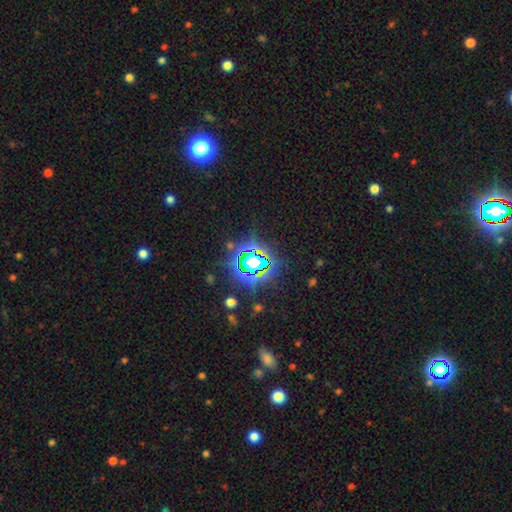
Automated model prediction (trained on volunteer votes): The model was most divided on "smooth or featured": star or artifact: 73%, smooth: 16%, featured or disk: 11%.